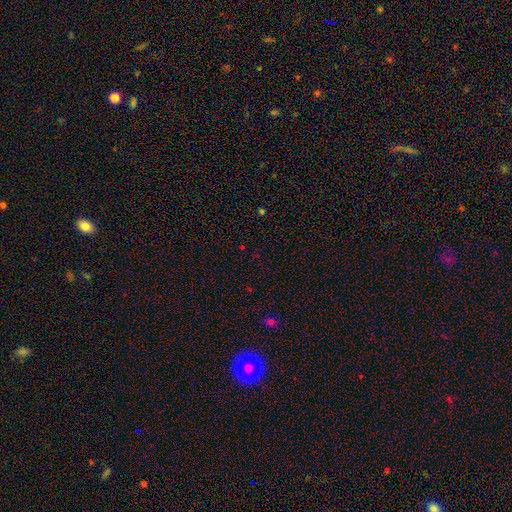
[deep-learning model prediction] Smooth or featured? star or artifact (64%)